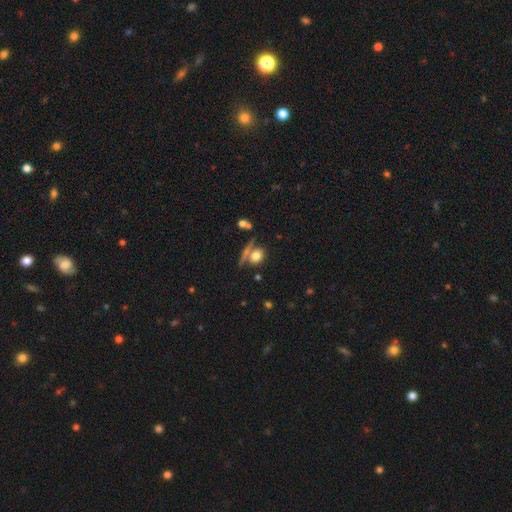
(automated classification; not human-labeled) Overall: smooth (75%). How rounded: round (52%; in between 41%). Merging: none (58%; merger 22%).